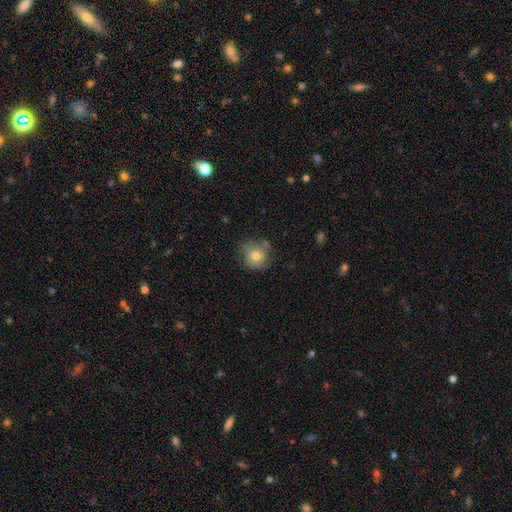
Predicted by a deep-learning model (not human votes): Smooth or featured?
  - smooth: 62% *
  - featured or disk: 28%
  - star or artifact: 9%
How rounded?
  - round: 80% *
  - in between: 19%
  - cigar-shaped: 1%
Merging?
  - none: 61% *
  - minor disturbance: 25%
  - major disturbance: 11%
  - merger: 4%